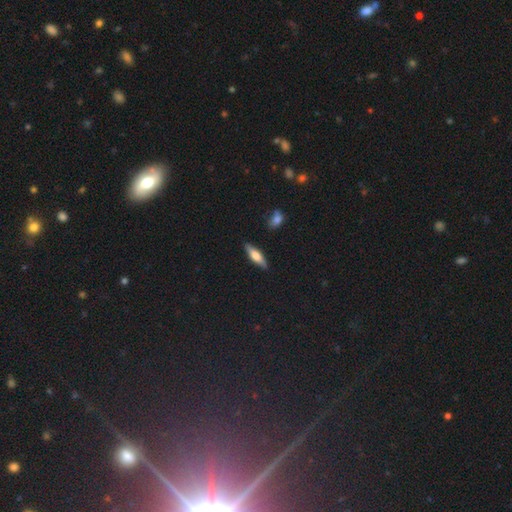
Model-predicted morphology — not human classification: Q: Smooth or featured?
A: smooth (53%); runner-up: featured or disk (41%)
Q: How rounded?
A: cigar-shaped (59%); runner-up: in between (38%)
Q: Merging?
A: none (86%); runner-up: minor disturbance (10%)